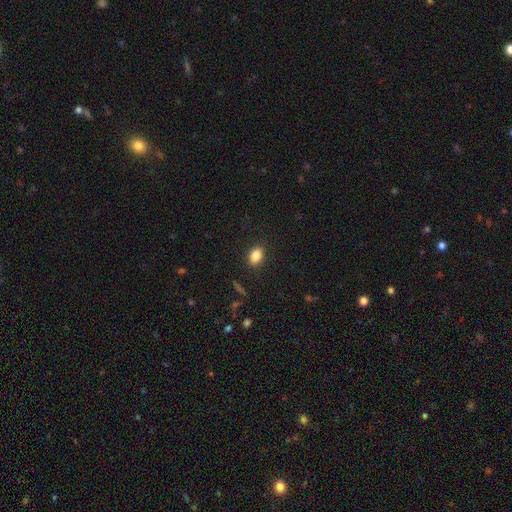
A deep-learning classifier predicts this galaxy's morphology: This appears to be a smooth galaxy with no disk features (84%) that is in between round and cigar-shaped (80%). Merging: none (88%).